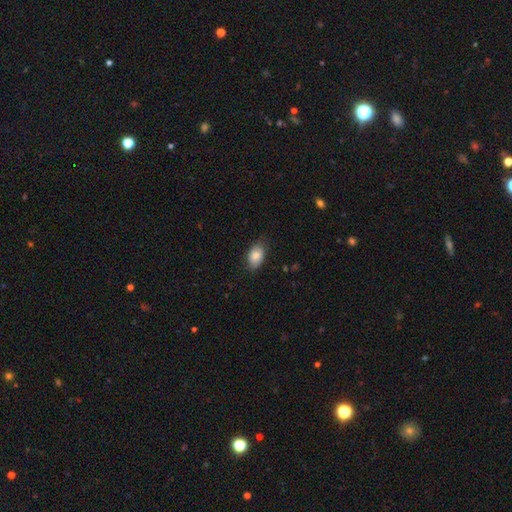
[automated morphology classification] A smooth galaxy with no disk features (83%) that is in between round and cigar-shaped (89%).

Vote fractions:
- Smooth or featured? smooth: 83% / featured or disk: 10% / star or artifact: 7%
- How rounded? in between: 89% / round: 10% / cigar-shaped: 1%
- Merging? none: 75% / minor disturbance: 20% / major disturbance: 4% / merger: 1%